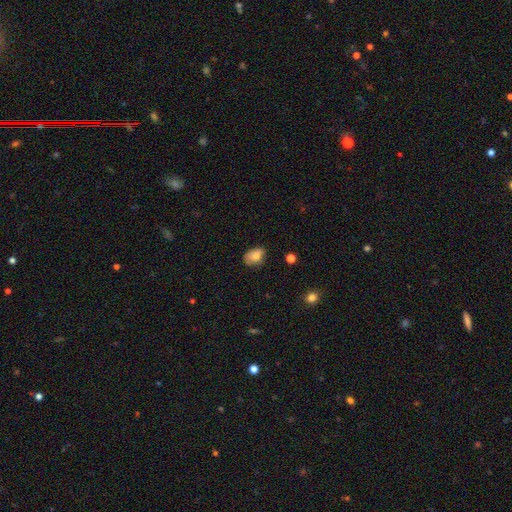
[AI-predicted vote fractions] Overall: smooth (77%). How rounded: in between (78%). Merging: none (63%; minor disturbance 29%).